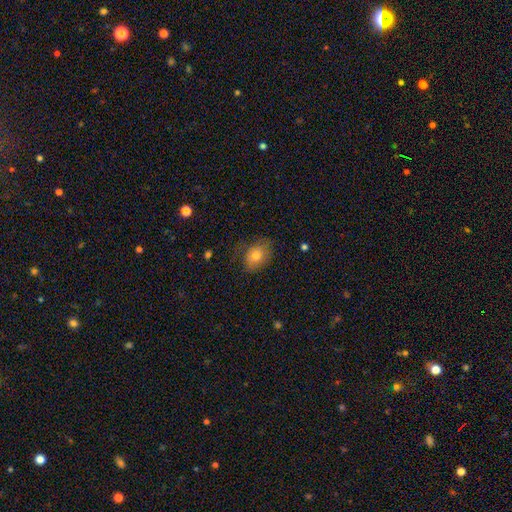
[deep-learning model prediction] Q: Smooth or featured?
A: smooth (72%); runner-up: featured or disk (18%)
Q: How rounded?
A: in between (72%); runner-up: round (26%)
Q: Merging?
A: none (70%); runner-up: minor disturbance (21%)